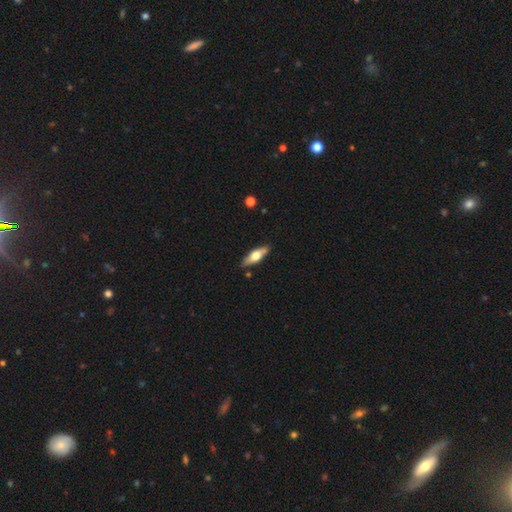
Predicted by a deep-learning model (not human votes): Smooth or featured? smooth (50%)
Merging? none (86%)